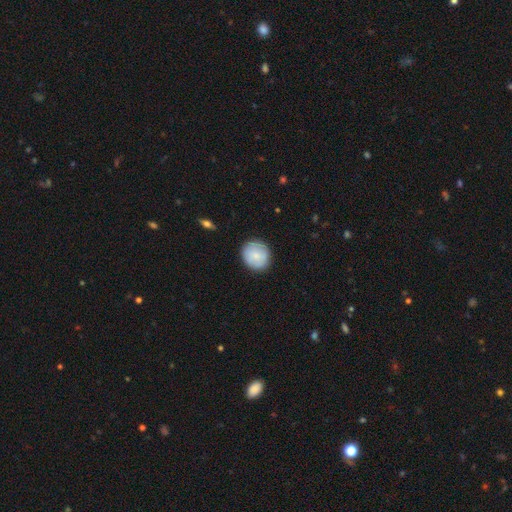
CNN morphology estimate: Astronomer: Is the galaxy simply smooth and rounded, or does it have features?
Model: smooth — 73%.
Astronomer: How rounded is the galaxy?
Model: round — 88%.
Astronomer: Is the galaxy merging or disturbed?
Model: none — 86%.